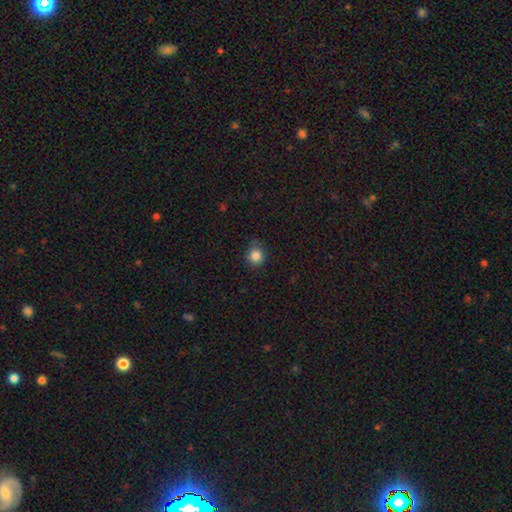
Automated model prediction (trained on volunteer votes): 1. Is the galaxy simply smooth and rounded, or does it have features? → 85% smooth, 11% star or artifact, 4% featured or disk.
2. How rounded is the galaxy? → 88% round, 11% in between, 1% cigar-shaped.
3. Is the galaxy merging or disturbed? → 76% none, 19% minor disturbance, 4% major disturbance, 1% merger.